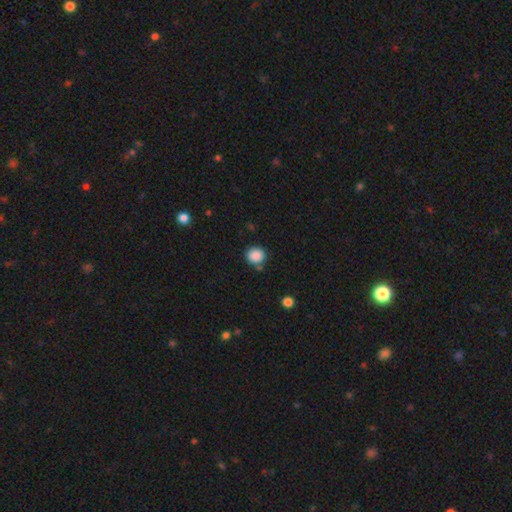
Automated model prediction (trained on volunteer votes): This appears to be a smooth galaxy with no disk features (88%) that is round (88%). Merging: none (81%).